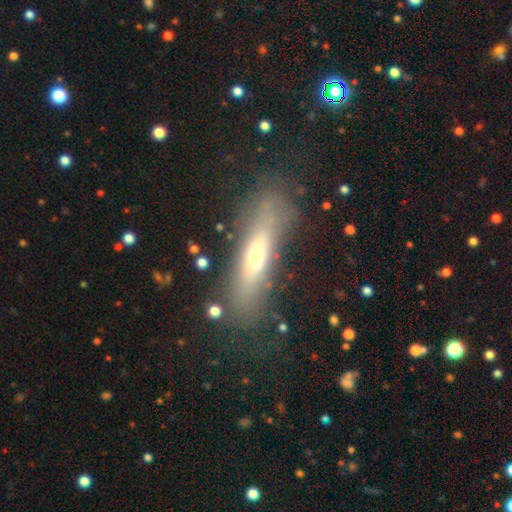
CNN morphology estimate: Smooth or featured: featured or disk — 48% (smooth — 42%)
Merging: none — 73% (minor disturbance — 17%)